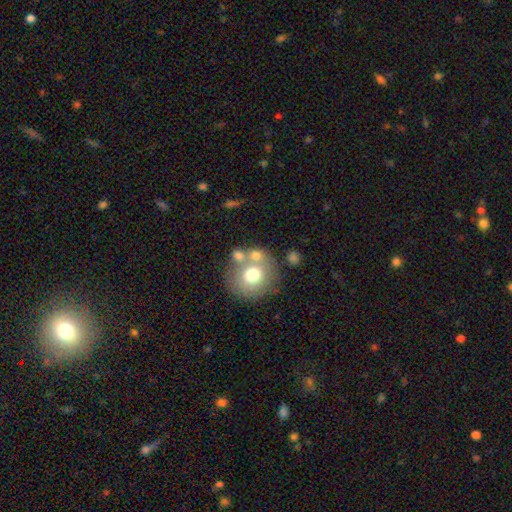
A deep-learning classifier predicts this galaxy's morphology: smooth 67%, featured or disk 22%, star or artifact 11%. Down the decision tree: how rounded — round (80%); merging — none (50%).